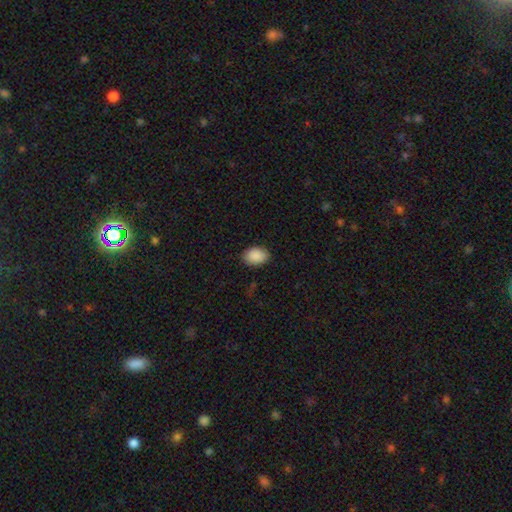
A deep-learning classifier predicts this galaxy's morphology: Smooth or featured? smooth (90%)
How rounded? in between (82%)
Merging? none (87%)